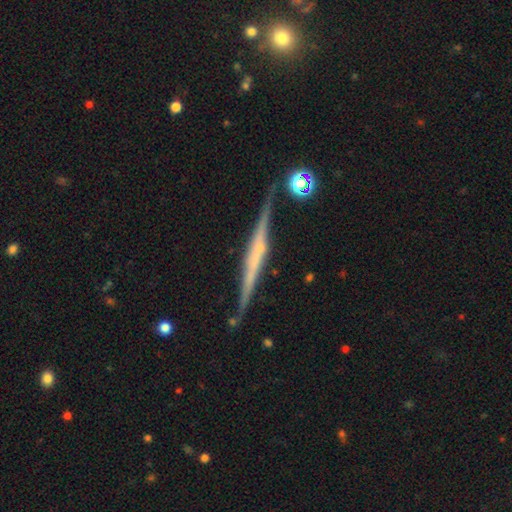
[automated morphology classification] Smooth or featured? Predicted: featured or disk (p=0.77). Edge-on disk? Predicted: yes (p=0.98). Edge-on bulge? Predicted: none (p=0.45). Merging? Predicted: none (p=0.85).